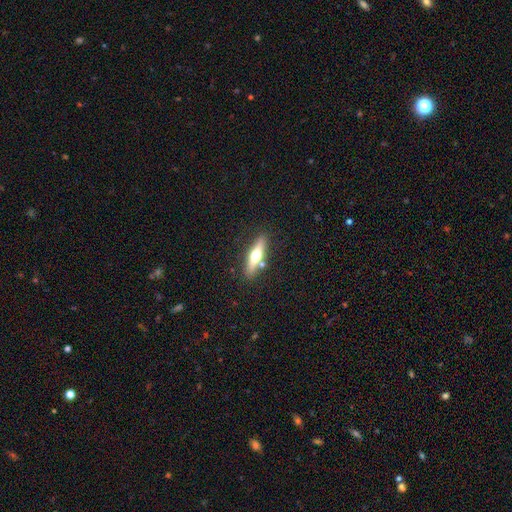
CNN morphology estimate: smooth-or-featured: featured or disk: 51% | smooth: 42% | star or artifact: 6%
  disk-edge-on: yes: 92% | no: 8%
  merging: none: 81% | minor disturbance: 11% | merger: 6% | major disturbance: 3%